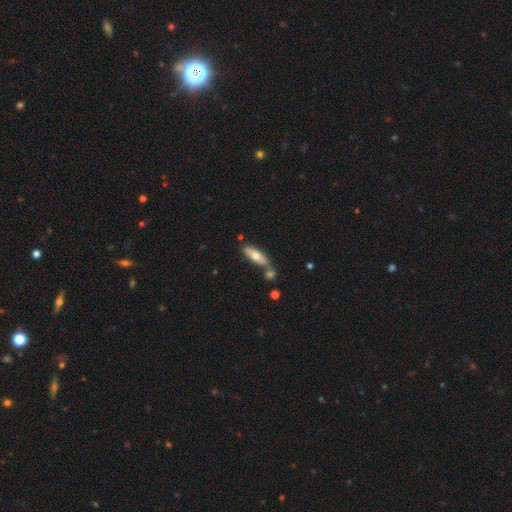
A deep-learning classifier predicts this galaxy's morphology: Smooth or featured?
  - smooth: 65% *
  - featured or disk: 29%
  - star or artifact: 6%
How rounded?
  - in between: 59% *
  - cigar-shaped: 39%
  - round: 2%
Merging?
  - none: 61% *
  - merger: 22%
  - minor disturbance: 14%
  - major disturbance: 3%